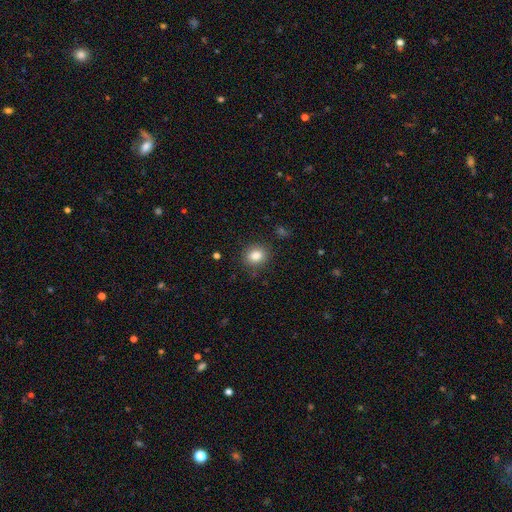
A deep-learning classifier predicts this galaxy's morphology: A smooth galaxy with no disk features (84%) that is round (64%). Merging: none (87%).